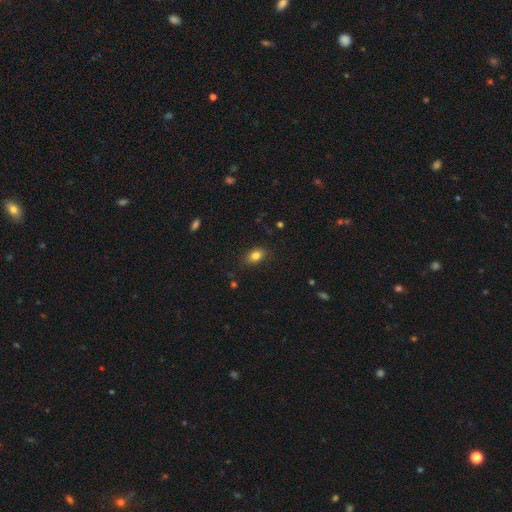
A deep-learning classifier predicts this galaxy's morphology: type=smooth (83%); roundness=in between (81%); merging=none (84%).